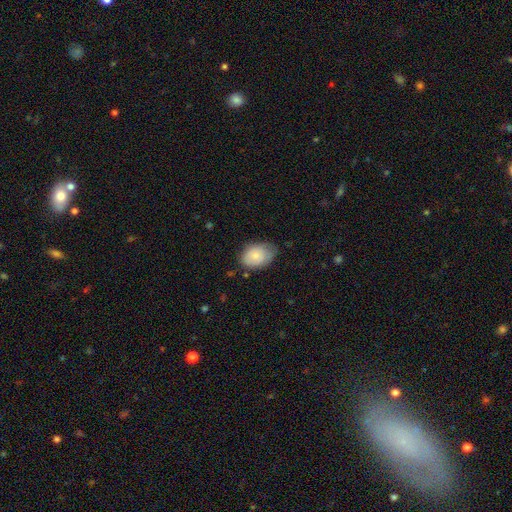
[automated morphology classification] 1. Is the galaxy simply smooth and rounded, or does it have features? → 72% smooth, 21% featured or disk, 7% star or artifact.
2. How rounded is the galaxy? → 82% in between, 17% round, 1% cigar-shaped.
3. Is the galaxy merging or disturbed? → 58% none, 32% minor disturbance, 8% major disturbance, 2% merger.